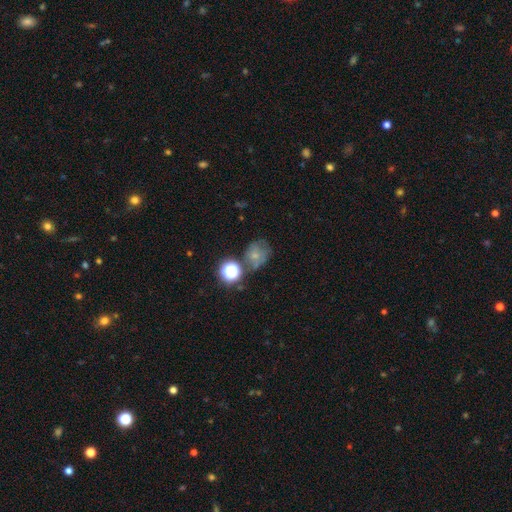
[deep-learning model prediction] Smooth or featured?
  - smooth: 57% *
  - star or artifact: 23%
  - featured or disk: 21%
How rounded?
  - round: 68% *
  - in between: 31%
  - cigar-shaped: 1%
Merging?
  - none: 49% *
  - minor disturbance: 22%
  - merger: 16%
  - major disturbance: 13%